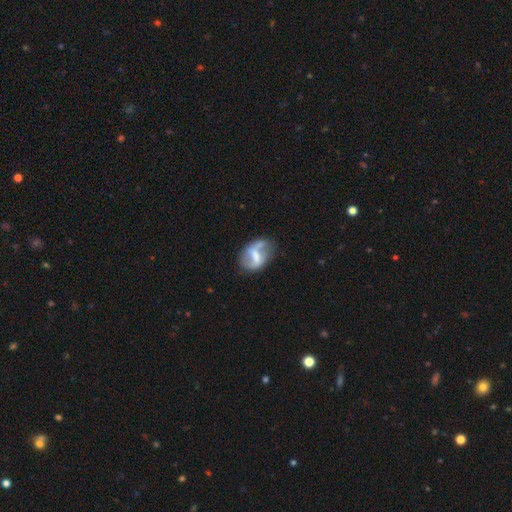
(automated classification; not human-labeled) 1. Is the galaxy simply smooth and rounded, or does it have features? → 69% featured or disk, 24% smooth, 7% star or artifact.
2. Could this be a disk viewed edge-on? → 97% no, 3% yes.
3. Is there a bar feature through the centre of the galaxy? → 44% weak, 39% strong, 16% no.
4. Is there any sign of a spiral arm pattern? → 78% yes, 22% no.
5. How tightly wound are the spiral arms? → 64% loose, 27% medium, 9% tight.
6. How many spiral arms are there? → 81% 2, 8% 1, 8% can't tell, 1% 3, 1% 4, 1% more than 4.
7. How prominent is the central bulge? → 34% moderate, 30% small, 26% none, 9% large, 2% dominant.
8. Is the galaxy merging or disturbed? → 61% none, 23% minor disturbance, 12% major disturbance, 3% merger.